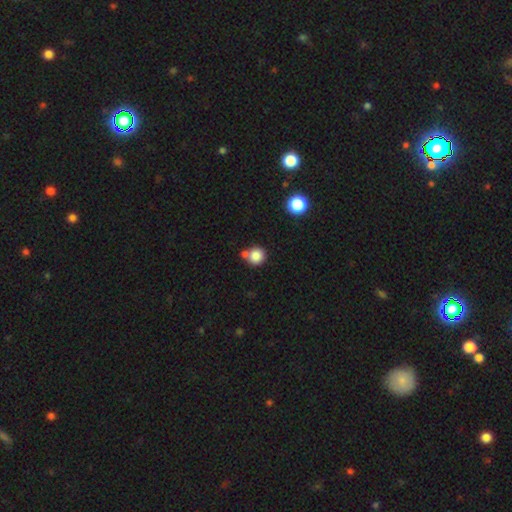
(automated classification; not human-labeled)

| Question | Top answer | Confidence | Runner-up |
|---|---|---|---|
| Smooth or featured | smooth | 84% | star or artifact (10%) |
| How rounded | round | 92% | in between (7%) |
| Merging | none | 64% | merger (23%) |